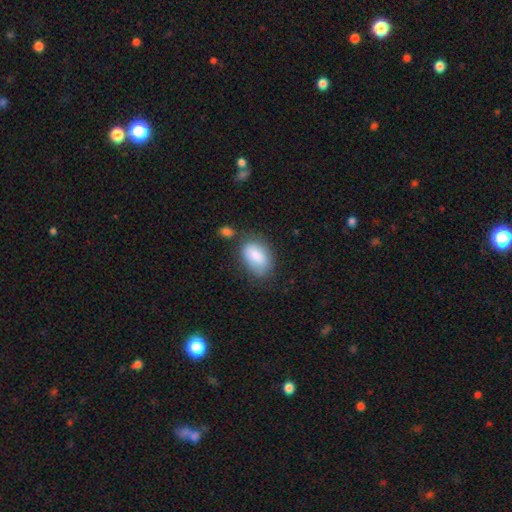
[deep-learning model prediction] smooth-or-featured: smooth: 83% | featured or disk: 11% | star or artifact: 7%
  how-rounded: in between: 91% | round: 7% | cigar-shaped: 2%
  merging: none: 62% | minor disturbance: 22% | merger: 9% | major disturbance: 7%